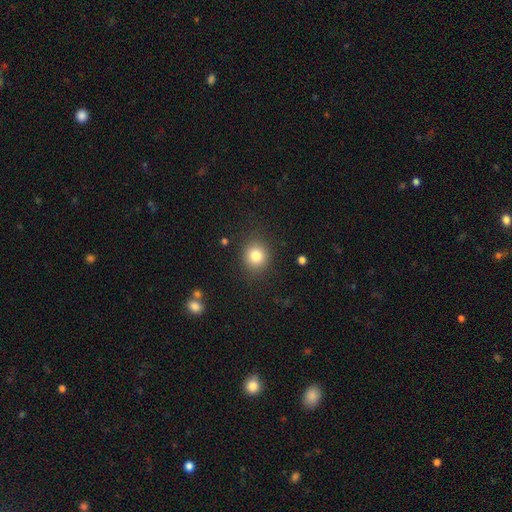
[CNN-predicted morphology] smooth_or_featured: smooth (p=0.81) [alt: star or artifact p=0.11]
how_rounded: round (p=0.83) [alt: in between p=0.16]
merging: none (p=0.87) [alt: minor disturbance p=0.09]